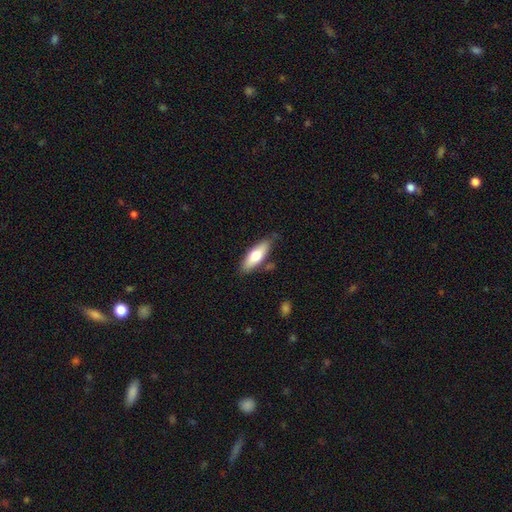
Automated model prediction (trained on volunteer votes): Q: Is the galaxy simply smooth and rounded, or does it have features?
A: smooth — 69%.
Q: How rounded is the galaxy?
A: in between — 63%.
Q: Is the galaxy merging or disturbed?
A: none — 77%.